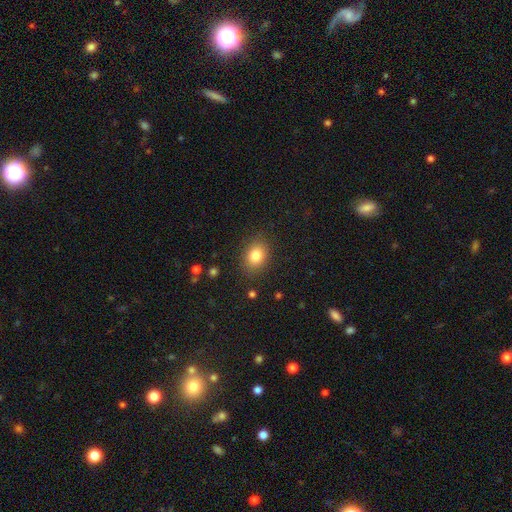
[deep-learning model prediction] This appears to be a smooth galaxy with no disk features (82%) that is in between round and cigar-shaped (62%). Merging: none (86%).